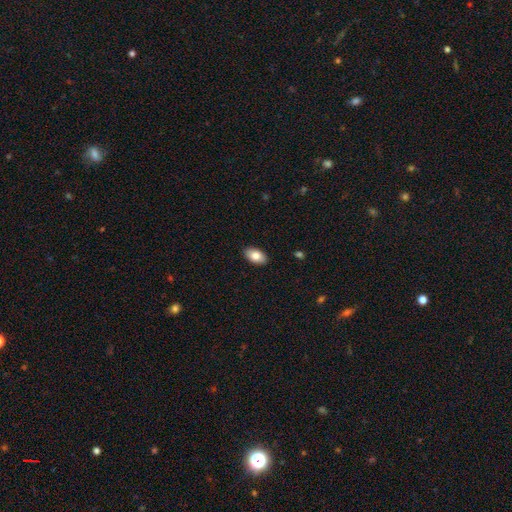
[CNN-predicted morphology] Smooth or featured?
  - smooth: 83% *
  - featured or disk: 11%
  - star or artifact: 7%
How rounded?
  - in between: 93% *
  - round: 5%
  - cigar-shaped: 1%
Merging?
  - none: 90% *
  - minor disturbance: 8%
  - major disturbance: 2%
  - merger: 1%